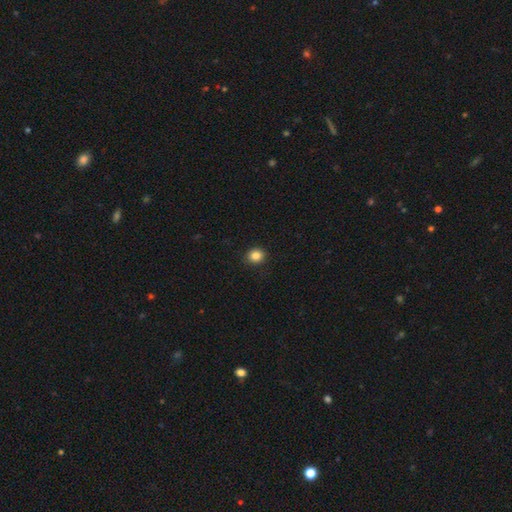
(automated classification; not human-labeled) Smooth or featured? smooth (85%)
How rounded? round (78%)
Merging? none (90%)